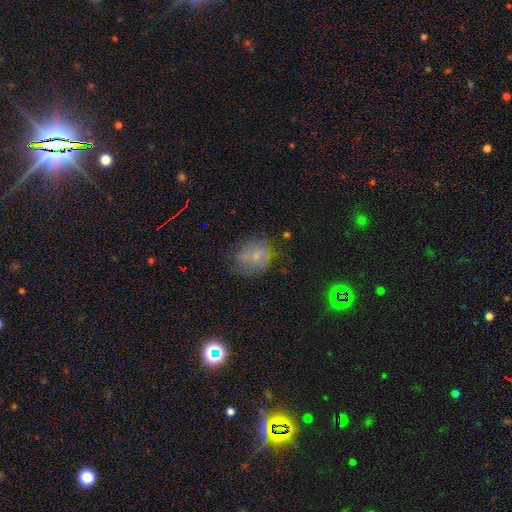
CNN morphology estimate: A smooth galaxy with no disk features (48%). Merging: none (63%).